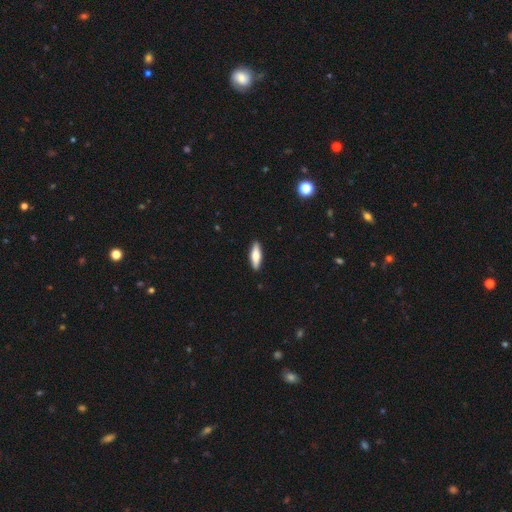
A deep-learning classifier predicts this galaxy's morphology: smooth 63%, featured or disk 31%, star or artifact 6%. Down the decision tree: how rounded — cigar-shaped (55%); merging — none (90%).